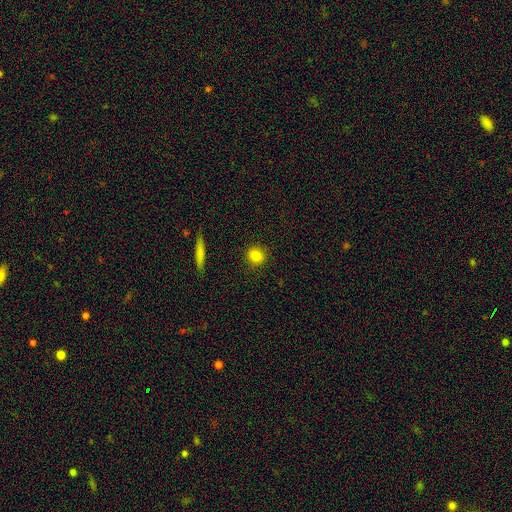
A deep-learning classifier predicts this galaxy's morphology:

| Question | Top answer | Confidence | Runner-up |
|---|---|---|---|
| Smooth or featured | smooth | 84% | star or artifact (10%) |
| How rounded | round | 85% | in between (13%) |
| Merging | none | 90% | minor disturbance (7%) |